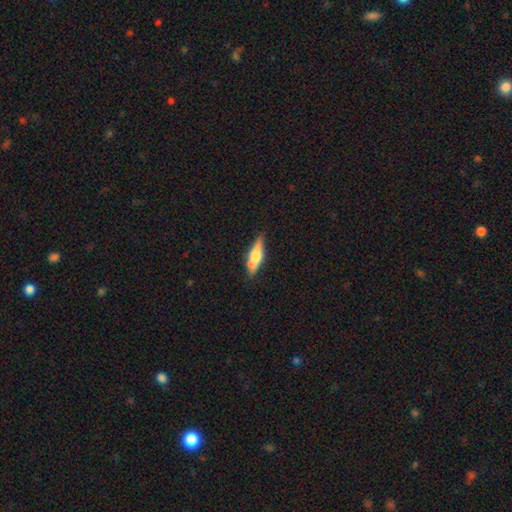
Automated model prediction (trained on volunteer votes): Smooth or featured? Predicted: featured or disk (p=0.49). Merging? Predicted: none (p=0.70).